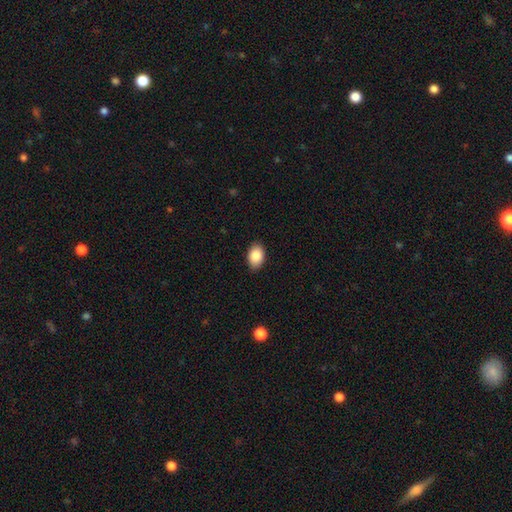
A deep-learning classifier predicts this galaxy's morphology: smooth_or_featured: smooth (p=0.87) [alt: star or artifact p=0.07]
how_rounded: in between (p=0.86) [alt: round p=0.13]
merging: none (p=0.87) [alt: minor disturbance p=0.10]